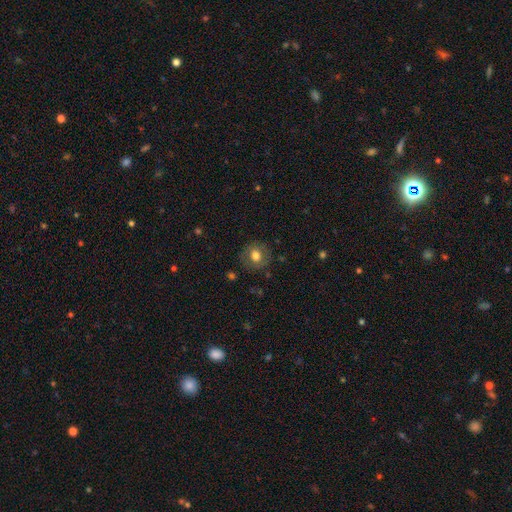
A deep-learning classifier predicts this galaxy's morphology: This appears to be a smooth galaxy with no disk features (69%) that is round (82%). Merging: none (83%).